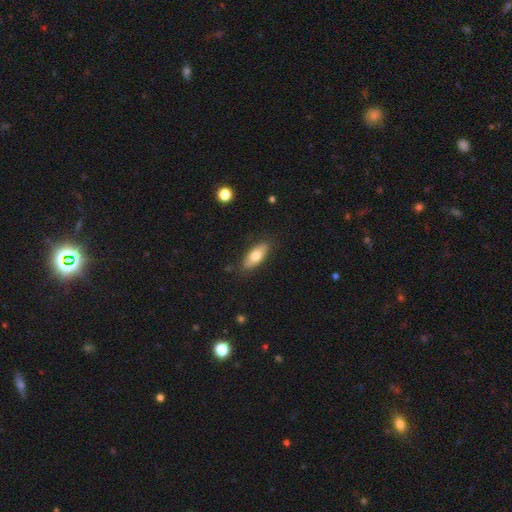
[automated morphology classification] Smooth or featured: smooth — 69% (featured or disk — 25%)
How rounded: in between — 80% (cigar-shaped — 18%)
Merging: none — 85% (minor disturbance — 11%)